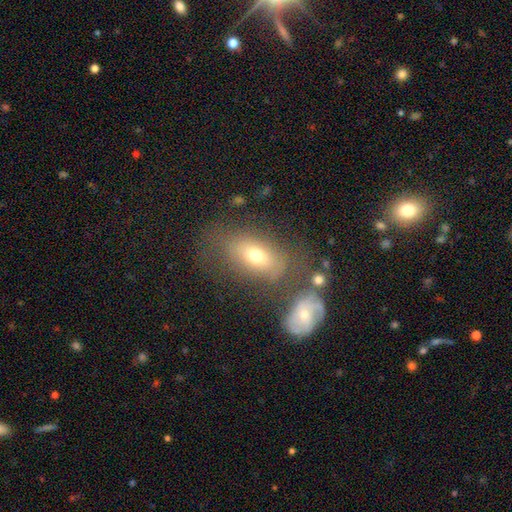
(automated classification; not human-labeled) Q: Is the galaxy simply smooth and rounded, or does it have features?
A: smooth — 61%.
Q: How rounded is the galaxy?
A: in between — 85%.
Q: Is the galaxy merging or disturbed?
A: none — 50%.